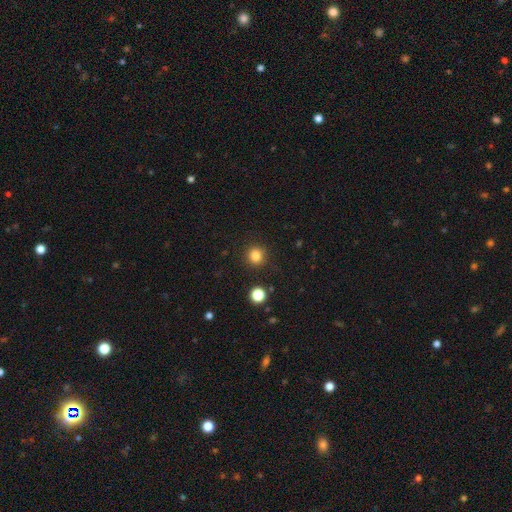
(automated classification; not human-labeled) Smooth or featured? Predicted: smooth (p=0.83). How rounded? Predicted: round (p=0.92). Merging? Predicted: none (p=0.90).